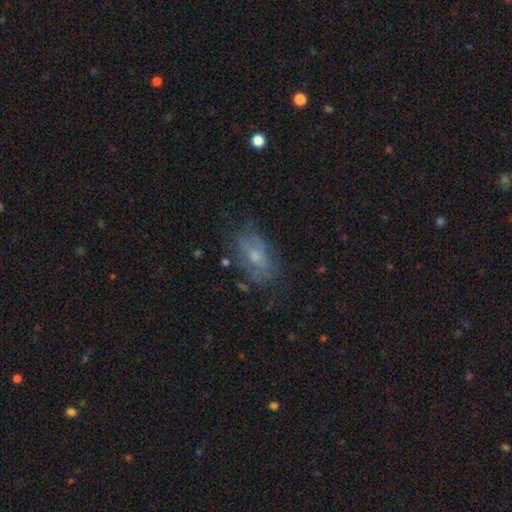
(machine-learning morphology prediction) A smooth galaxy with no disk features (51%) that is in between round and cigar-shaped (86%). Merging: none (61%).